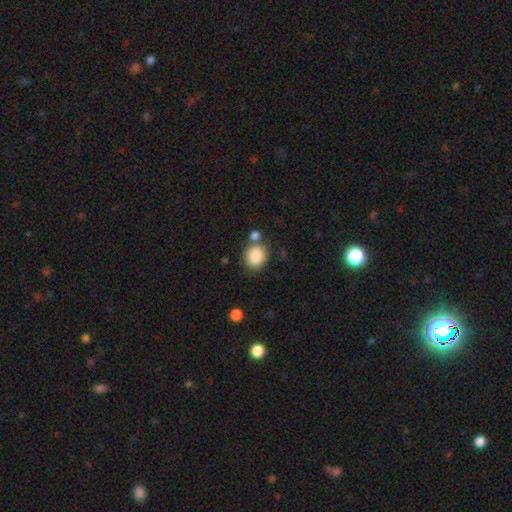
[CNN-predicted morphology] A smooth galaxy with no disk features (87%) that is round (71%). Merging: none (67%).